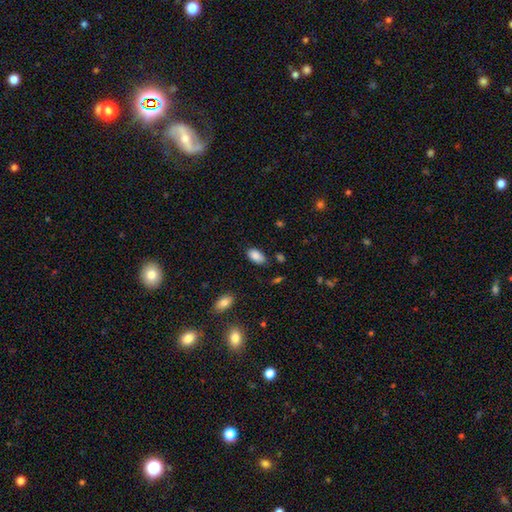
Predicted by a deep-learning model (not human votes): Smooth or featured? Predicted: smooth (p=0.87). How rounded? Predicted: in between (p=0.94). Merging? Predicted: none (p=0.80).